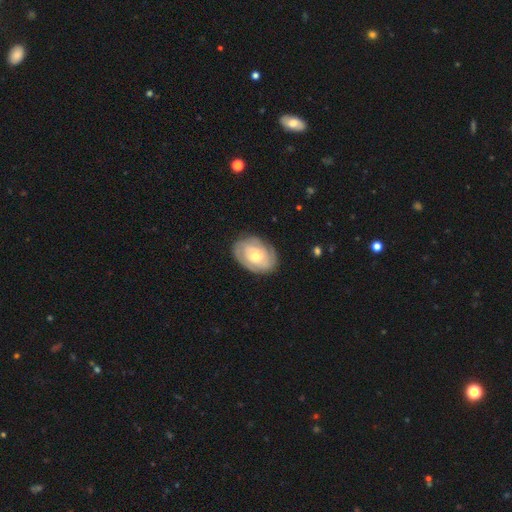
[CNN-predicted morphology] Smooth or featured? featured or disk (62%)
Edge-on disk? no (96%)
Bar? no (80%)
Spiral arms? yes (71%)
Bulge size? moderate (50%)
Merging? none (79%)